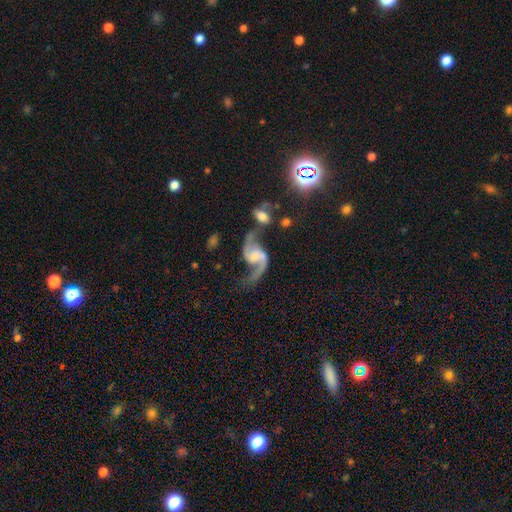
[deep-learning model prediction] featured or disk 91%, star or artifact 5%, smooth 4%. Down the decision tree: edge-on disk — no (98%); bar — no (45%); spiral arms — yes (97%); spiral arm count — 2 (92%); spiral winding — loose (72%); bulge size — none (30%, tied with small); merging — none (50%).